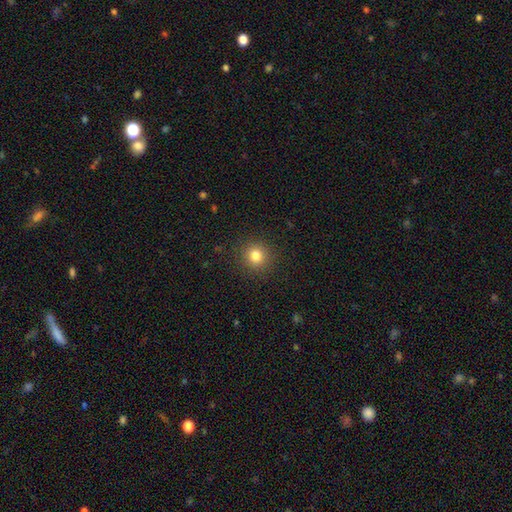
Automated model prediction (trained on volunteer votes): A smooth galaxy with no disk features (81%) that is round (92%). Merging: none (90%).